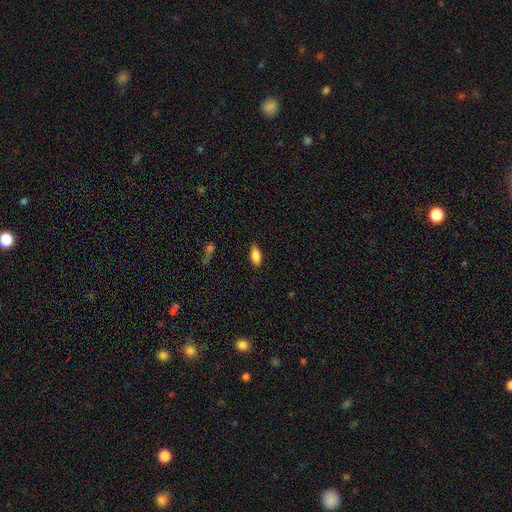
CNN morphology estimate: Smooth or featured? Predicted: smooth (p=0.84). How rounded? Predicted: in between (p=0.84). Merging? Predicted: none (p=0.86).